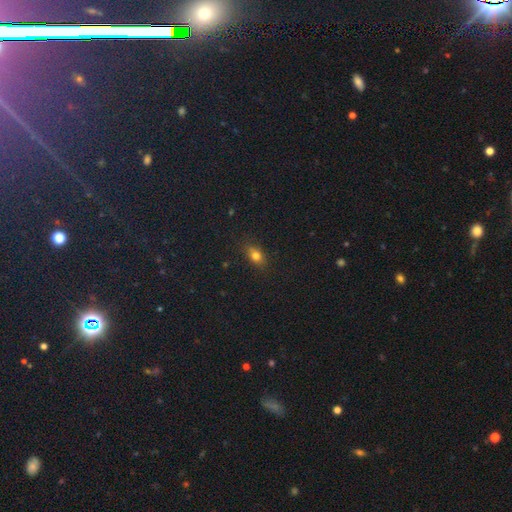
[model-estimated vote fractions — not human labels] Morphology: type=smooth (75%); roundness=in between (71%); merging=none (81%).